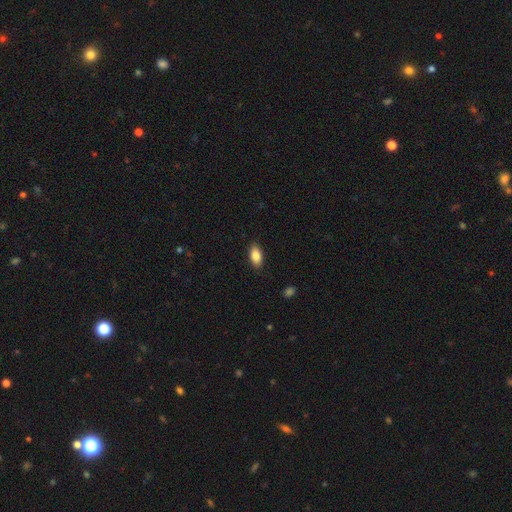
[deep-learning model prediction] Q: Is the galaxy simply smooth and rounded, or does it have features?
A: smooth — 86%.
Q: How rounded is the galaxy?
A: in between — 91%.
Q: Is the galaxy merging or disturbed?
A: none — 87%.